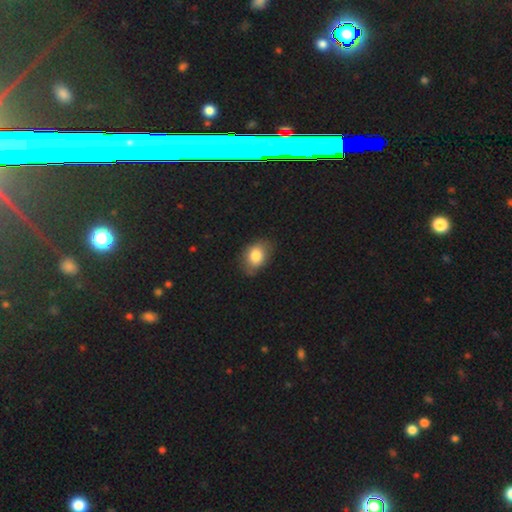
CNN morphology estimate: Smooth or featured?
  - smooth: 82% *
  - featured or disk: 10%
  - star or artifact: 8%
How rounded?
  - in between: 72% *
  - round: 27%
  - cigar-shaped: 1%
Merging?
  - none: 76% *
  - minor disturbance: 19%
  - major disturbance: 4%
  - merger: 1%